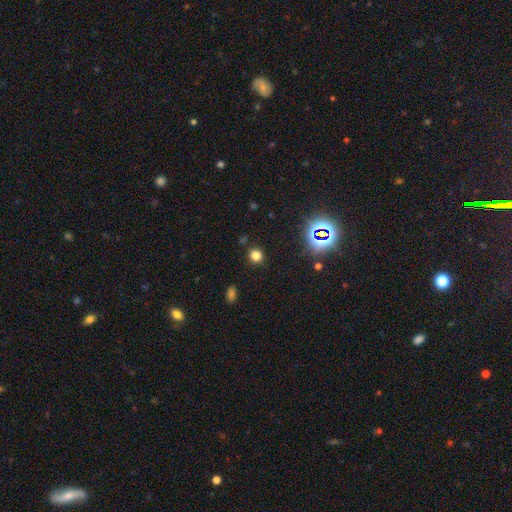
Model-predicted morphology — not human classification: Smooth or featured? smooth (74%)
How rounded? round (87%)
Merging? none (88%)